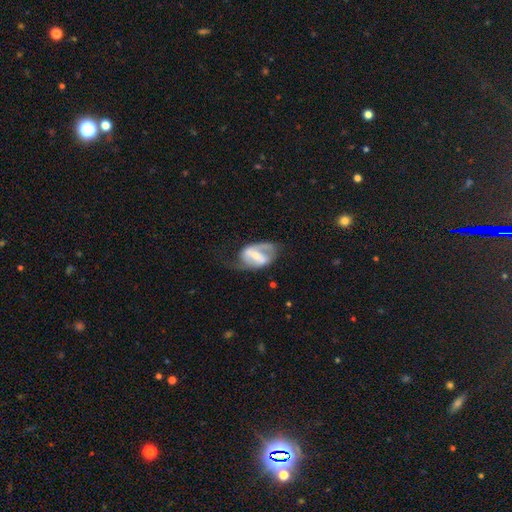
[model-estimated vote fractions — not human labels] featured or disk 80%, smooth 15%, star or artifact 5%. Down the decision tree: edge-on disk — no (96%); bar — strong (61%); spiral arms — yes (86%); spiral arm count — 2 (81%); spiral winding — medium (45%); bulge size — small (45%); merging — none (50%).